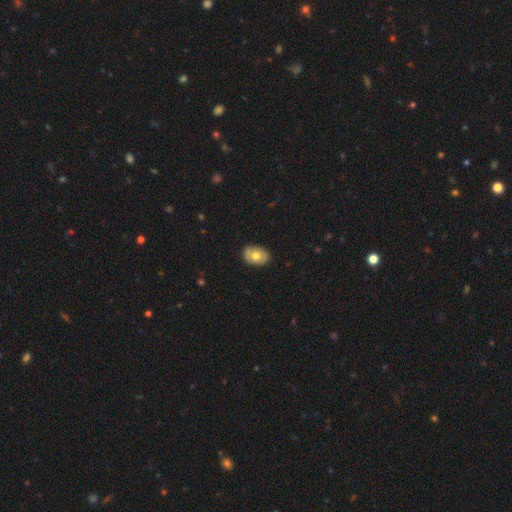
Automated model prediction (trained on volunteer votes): smooth-or-featured: smooth: 64% | featured or disk: 29% | star or artifact: 7%
  how-rounded: in between: 78% | round: 21% | cigar-shaped: 1%
  merging: none: 84% | minor disturbance: 13% | major disturbance: 2% | merger: 1%